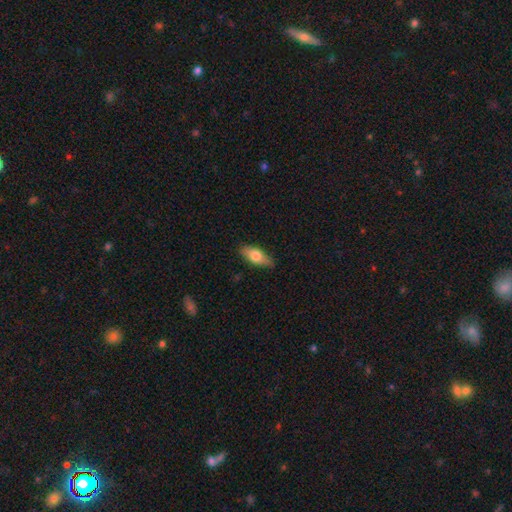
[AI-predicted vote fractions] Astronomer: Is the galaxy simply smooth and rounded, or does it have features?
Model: smooth — 69%.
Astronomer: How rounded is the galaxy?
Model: in between — 78%.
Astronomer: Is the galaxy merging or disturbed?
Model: none — 82%.